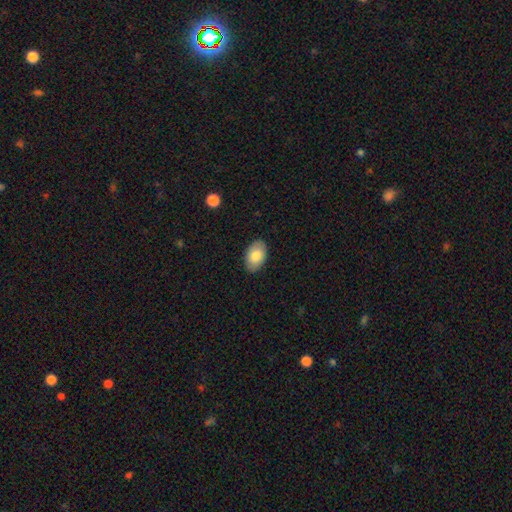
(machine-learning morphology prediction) Smooth or featured?
  - smooth: 81% *
  - featured or disk: 13%
  - star or artifact: 6%
How rounded?
  - in between: 93% *
  - round: 6%
  - cigar-shaped: 1%
Merging?
  - none: 88% *
  - minor disturbance: 9%
  - major disturbance: 2%
  - merger: 1%